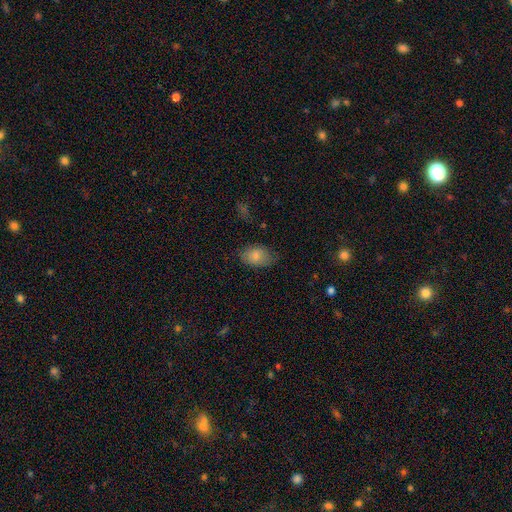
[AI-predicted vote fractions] smooth_or_featured: smooth (p=0.81) [alt: featured or disk p=0.11]
how_rounded: in between (p=0.87) [alt: round p=0.12]
merging: none (p=0.72) [alt: minor disturbance p=0.21]